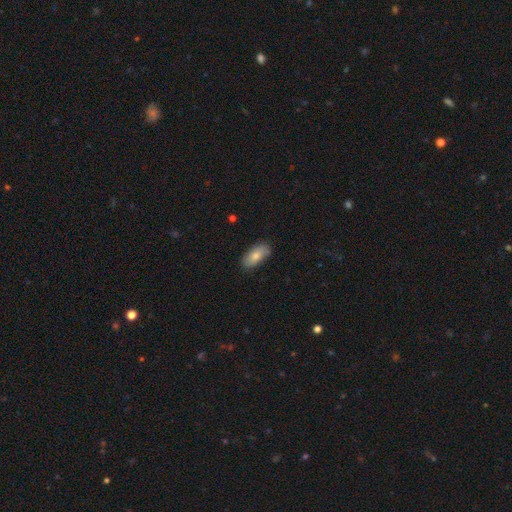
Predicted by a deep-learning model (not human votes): Overall: smooth (80%). How rounded: in between (87%). Merging: none (82%).